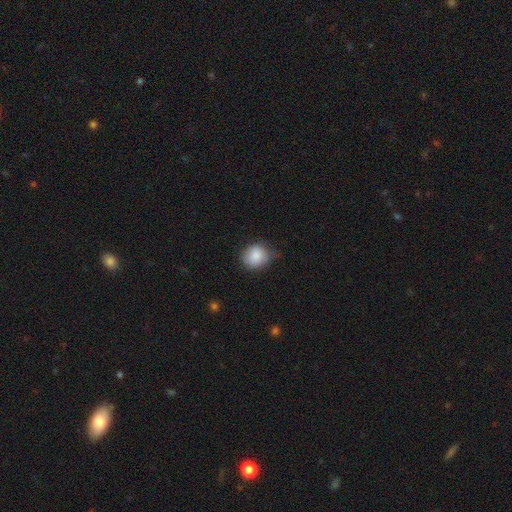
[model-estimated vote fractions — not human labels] This is clearly a smooth galaxy (86%). How rounded: likely round (76%). Merging: likely none (61%).